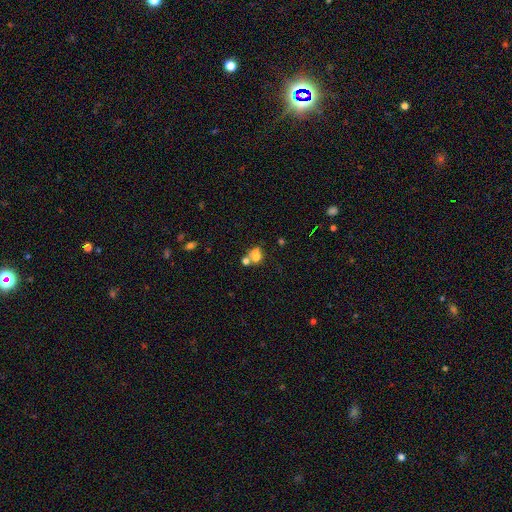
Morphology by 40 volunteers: Smooth or featured? 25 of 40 (62%) said smooth. How rounded? 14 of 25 (56%) said round. Merging? 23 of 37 (62%) said merger.